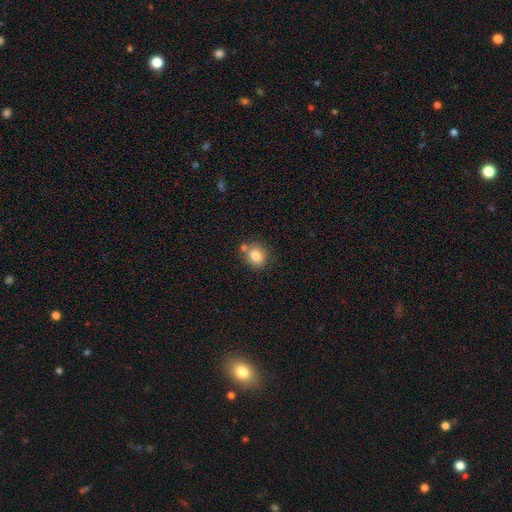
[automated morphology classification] smooth_or_featured: smooth (p=0.81) [alt: star or artifact p=0.10]
how_rounded: round (p=0.79) [alt: in between p=0.20]
merging: none (p=0.70) [alt: merger p=0.14]